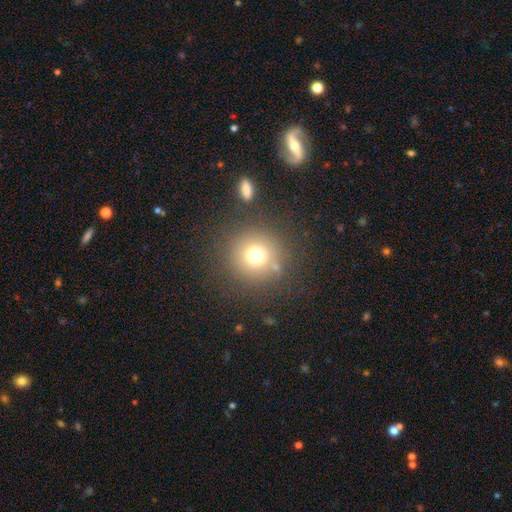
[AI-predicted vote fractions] Morphology: type=smooth (72%); roundness=round (95%); merging=none (82%).